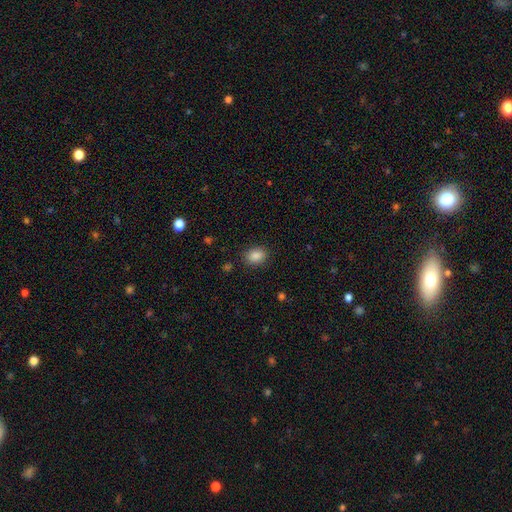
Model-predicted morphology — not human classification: A smooth galaxy with no disk features (87%) that is in between round and cigar-shaped (61%). Merging: none (86%).